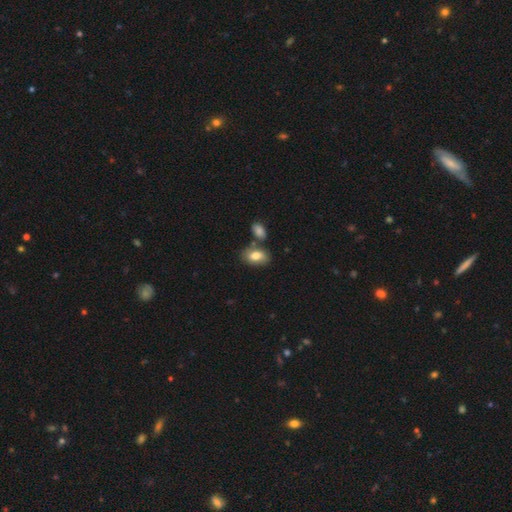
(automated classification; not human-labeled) A smooth galaxy with no disk features (79%) that is in between round and cigar-shaped (89%). Merging: none (63%).